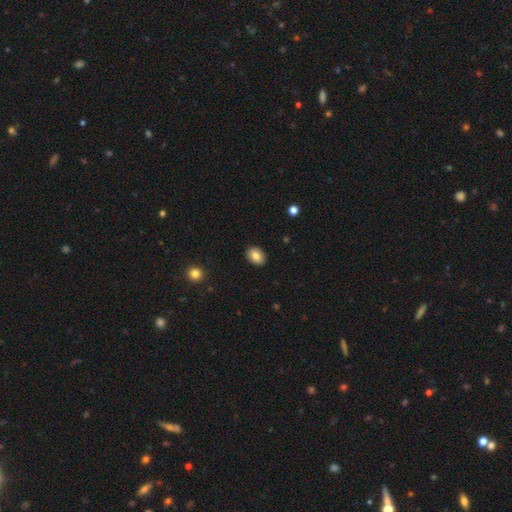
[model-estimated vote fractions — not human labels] smooth 82%, featured or disk 10%, star or artifact 8%. Down the decision tree: how rounded — in between (76%); merging — none (89%).